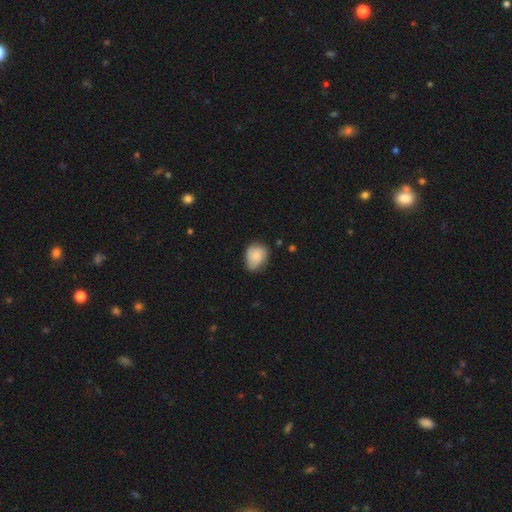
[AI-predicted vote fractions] The model was most divided on "merging": none: 52%, minor disturbance: 37%, major disturbance: 9%, merger: 2%. More confident: smooth or featured — smooth (69%); how rounded — in between (58%).